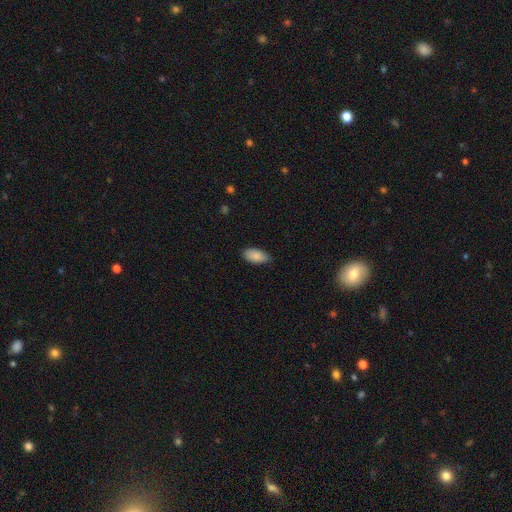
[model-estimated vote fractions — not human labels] A smooth galaxy with no disk features (87%) that is in between round and cigar-shaped (93%). Merging: none (78%).